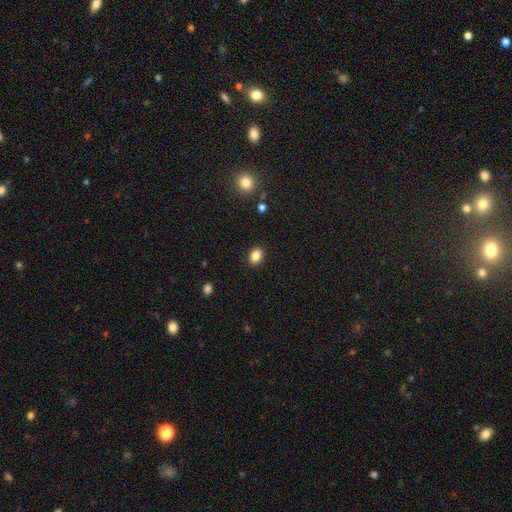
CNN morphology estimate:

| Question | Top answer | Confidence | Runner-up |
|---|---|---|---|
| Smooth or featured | smooth | 85% | star or artifact (10%) |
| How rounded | in between | 55% | round (44%) |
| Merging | none | 90% | minor disturbance (7%) |